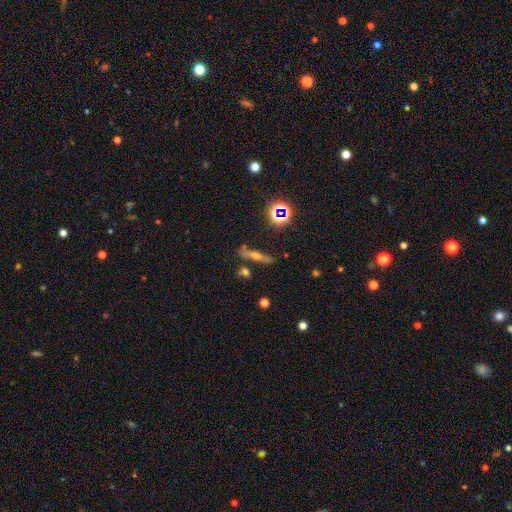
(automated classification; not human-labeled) Smooth or featured: featured or disk — 54% (smooth — 29%)
Edge-on disk: yes — 89% (no — 11%)
Merging: none — 77% (minor disturbance — 12%)